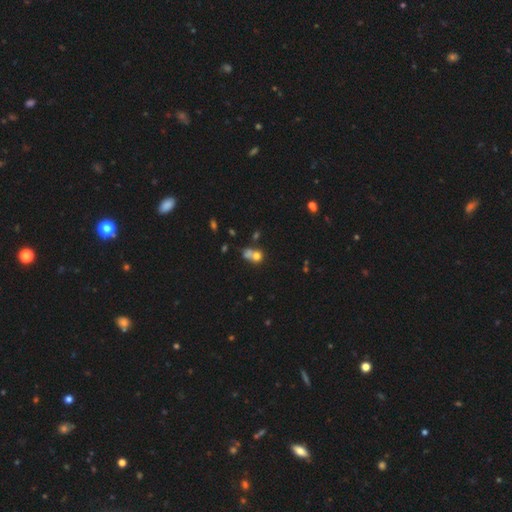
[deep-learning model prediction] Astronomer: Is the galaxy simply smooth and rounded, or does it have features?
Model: smooth — 67%.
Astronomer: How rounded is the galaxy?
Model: round — 71%.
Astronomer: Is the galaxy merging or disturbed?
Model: merger — 48% (runner-up: none, 33%).